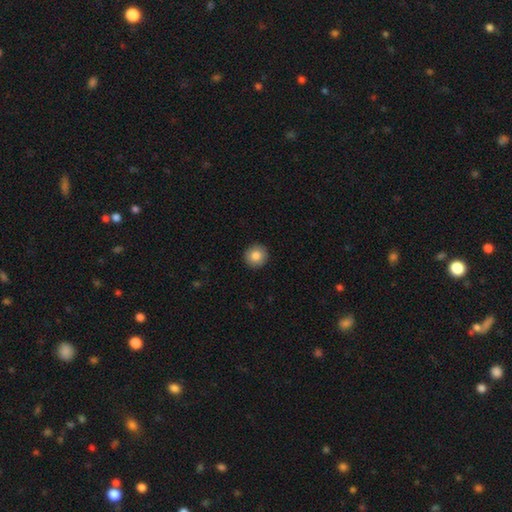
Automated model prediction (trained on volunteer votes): smooth 83%, featured or disk 8%, star or artifact 8%. Down the decision tree: how rounded — round (94%); merging — none (93%).